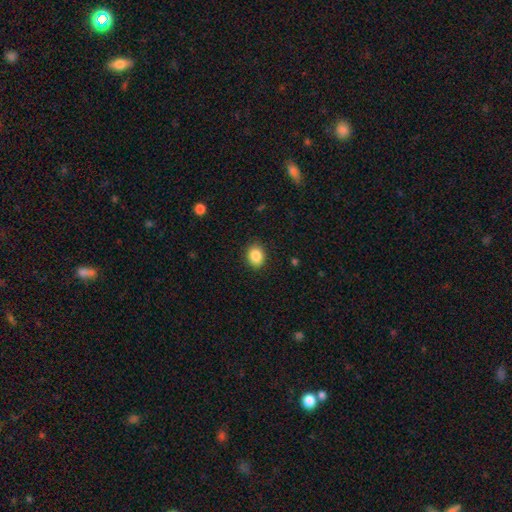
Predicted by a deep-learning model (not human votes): Smooth or featured? smooth (87%)
How rounded? in between (54%)
Merging? none (88%)